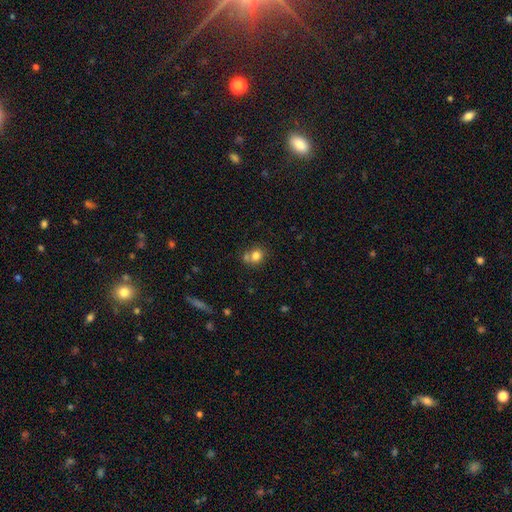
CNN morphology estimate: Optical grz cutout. It shows a smooth galaxy with no disk features (78%) that is round (75%). Merging: none (53%).